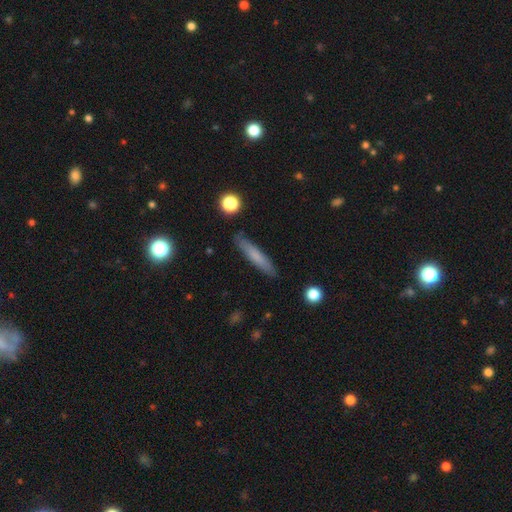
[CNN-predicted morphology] A smooth galaxy with no disk features (71%) that is cigar-shaped (90%). Merging: none (87%).